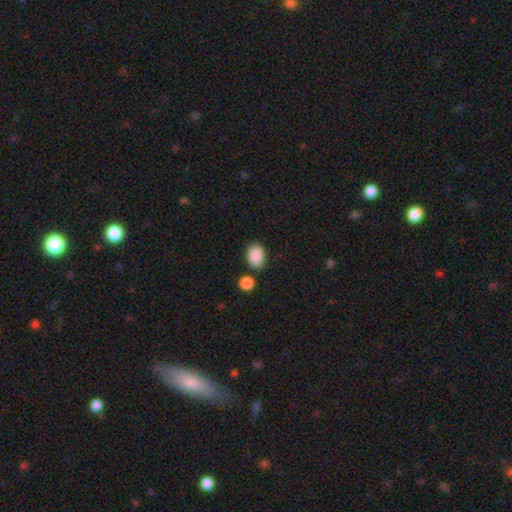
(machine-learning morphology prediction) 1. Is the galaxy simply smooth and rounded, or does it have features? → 88% smooth, 7% star or artifact, 4% featured or disk.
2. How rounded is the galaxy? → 80% in between, 19% round, 1% cigar-shaped.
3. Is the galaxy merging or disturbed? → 72% none, 17% minor disturbance, 8% merger, 4% major disturbance.